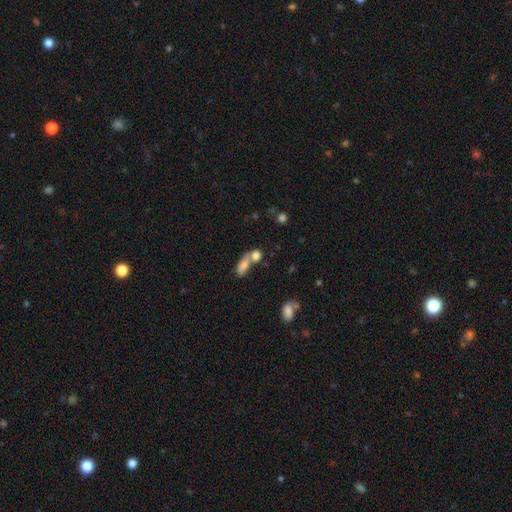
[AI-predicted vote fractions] smooth-or-featured: smooth: 74% | featured or disk: 15% | star or artifact: 11%
  how-rounded: in between: 54% | round: 34% | cigar-shaped: 11%
  merging: merger: 55% | none: 30% | minor disturbance: 9% | major disturbance: 6%